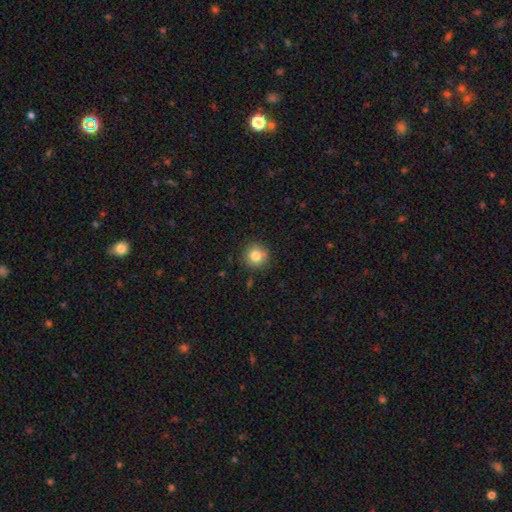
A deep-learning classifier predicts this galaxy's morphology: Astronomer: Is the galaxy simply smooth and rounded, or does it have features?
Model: smooth — 82%.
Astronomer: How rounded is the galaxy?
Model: round — 93%.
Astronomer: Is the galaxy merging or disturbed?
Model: none — 87%.